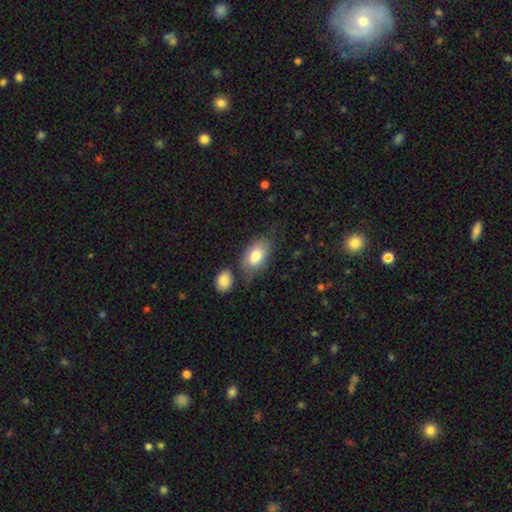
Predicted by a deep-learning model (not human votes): Q: Smooth or featured?
A: smooth (81%); runner-up: featured or disk (13%)
Q: How rounded?
A: in between (92%); runner-up: round (7%)
Q: Merging?
A: none (57%); runner-up: minor disturbance (22%)